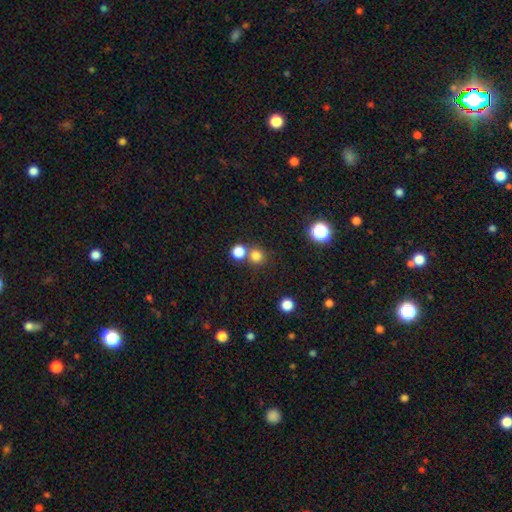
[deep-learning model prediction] The model was most divided on "merging": none: 66%, merger: 25%, minor disturbance: 6%, major disturbance: 3%. More confident: how rounded — round (91%); smooth or featured — smooth (77%).